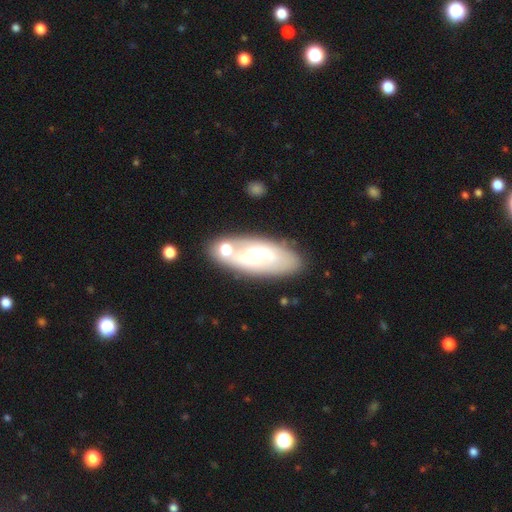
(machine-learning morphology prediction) Smooth or featured?
  - featured or disk: 62% *
  - smooth: 31%
  - star or artifact: 7%
Edge-on disk?
  - no: 89% *
  - yes: 11%
Bar?
  - weak: 42% *
  - no: 31%
  - strong: 26%
Spiral arms?
  - yes: 73% *
  - no: 27%
Bulge size?
  - moderate: 47% *
  - small: 34%
  - large: 12%
  - none: 5%
  - dominant: 2%
Merging?
  - none: 68% *
  - minor disturbance: 14%
  - merger: 13%
  - major disturbance: 6%